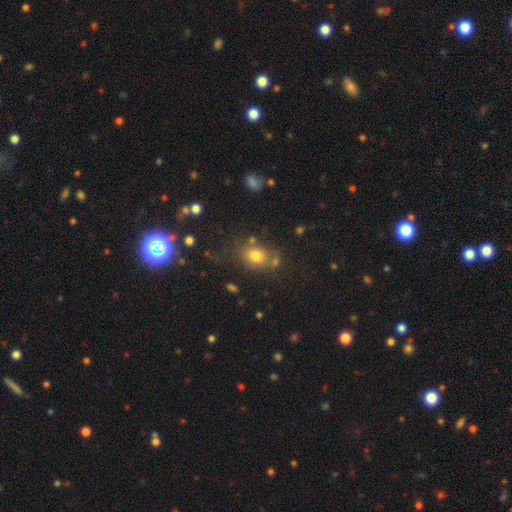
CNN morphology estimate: Smooth or featured? smooth (73%)
How rounded? in between (50%)
Merging? none (66%)